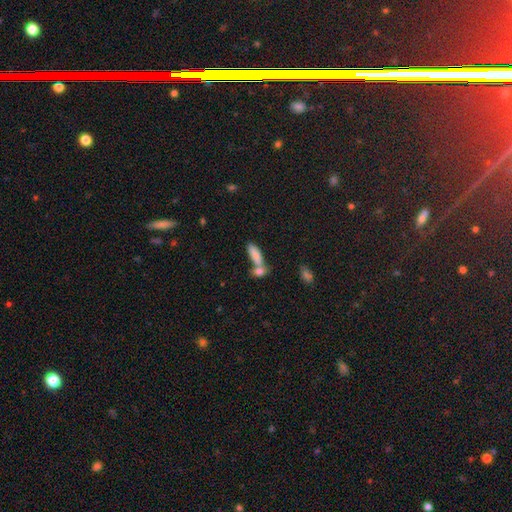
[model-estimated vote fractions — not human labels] This is clearly a smooth galaxy (82%). How rounded: likely in between (62%). Merging: possibly merger (47%).